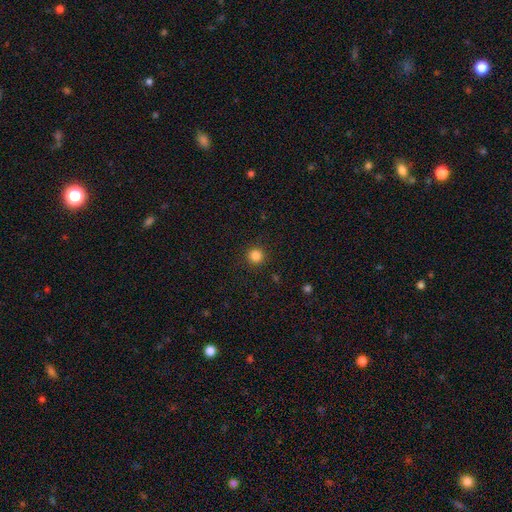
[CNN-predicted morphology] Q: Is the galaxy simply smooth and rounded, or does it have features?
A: smooth — 84%.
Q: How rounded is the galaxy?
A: round — 95%.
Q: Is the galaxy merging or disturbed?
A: none — 92%.